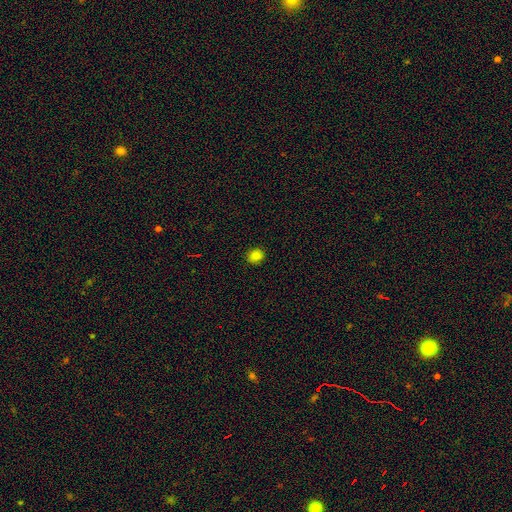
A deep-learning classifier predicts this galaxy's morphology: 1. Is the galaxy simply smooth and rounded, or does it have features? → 83% smooth, 13% star or artifact, 3% featured or disk.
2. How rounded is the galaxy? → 75% round, 24% in between, 1% cigar-shaped.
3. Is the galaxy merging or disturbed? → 90% none, 7% minor disturbance, 2% major disturbance, 1% merger.